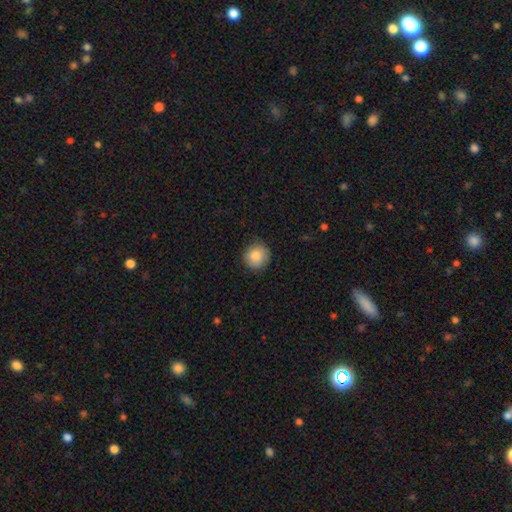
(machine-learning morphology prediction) Overall: smooth (85%). How rounded: round (93%). Merging: none (86%).